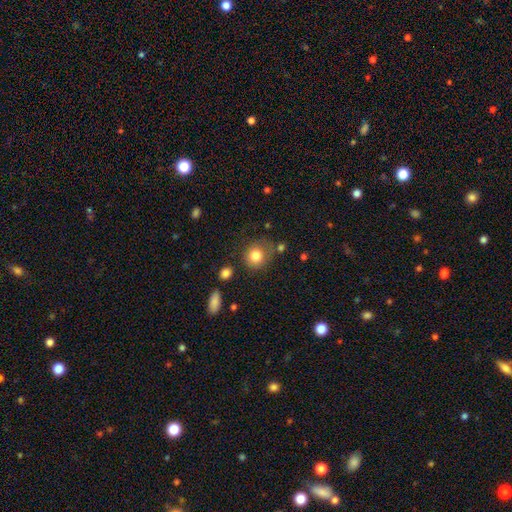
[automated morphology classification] Smooth or featured? smooth (82%)
How rounded? round (83%)
Merging? none (69%)